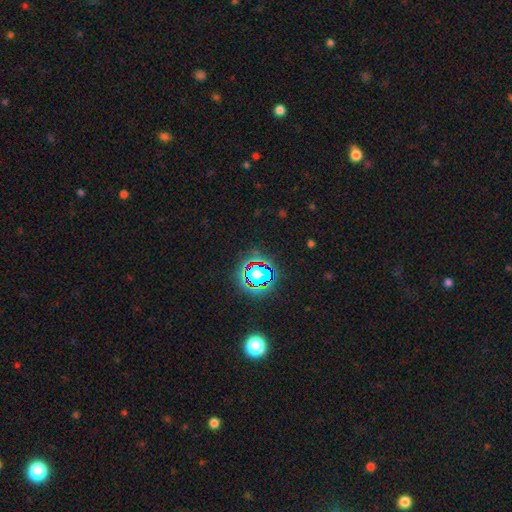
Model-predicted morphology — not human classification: A star or artifact, not a galaxy (78%).